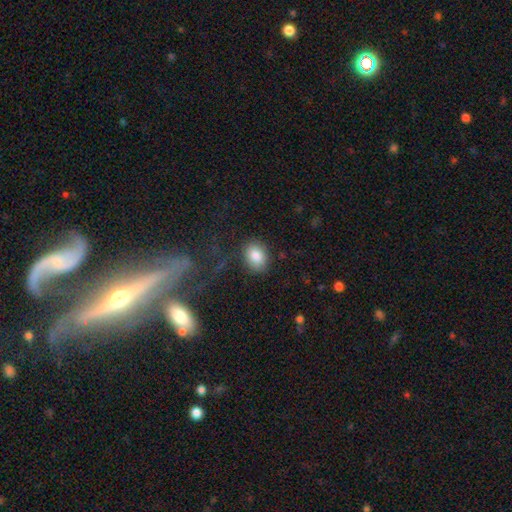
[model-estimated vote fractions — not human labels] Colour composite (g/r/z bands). It shows a smooth galaxy with no disk features (84%) that is in between round and cigar-shaped (62%). Merging: none (83%).